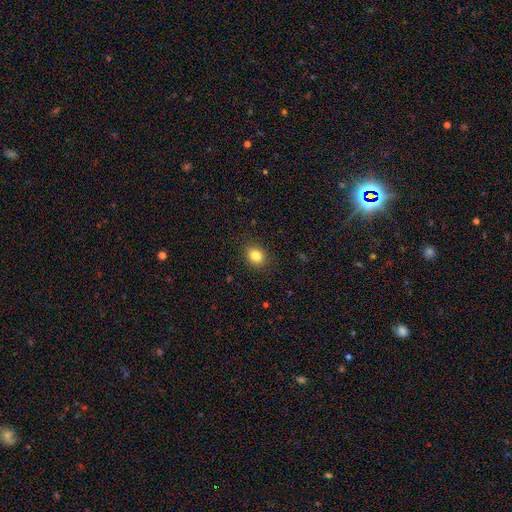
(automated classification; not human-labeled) The model was most divided on "how rounded": round: 58%, in between: 41%, cigar-shaped: 1%. More confident: merging — none (88%); smooth or featured — smooth (83%).